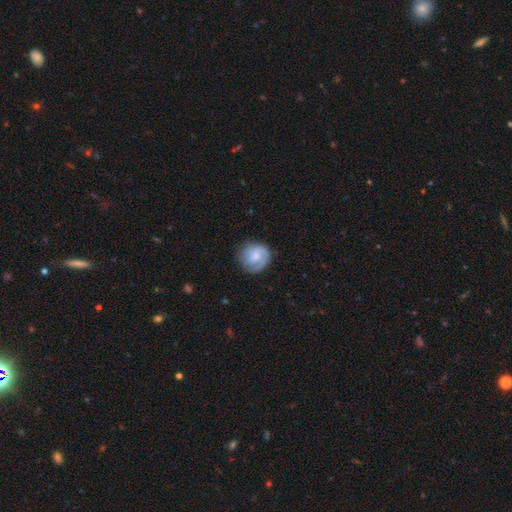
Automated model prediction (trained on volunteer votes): Overall: featured or disk (50%; smooth 44%). Merging: none (69%).